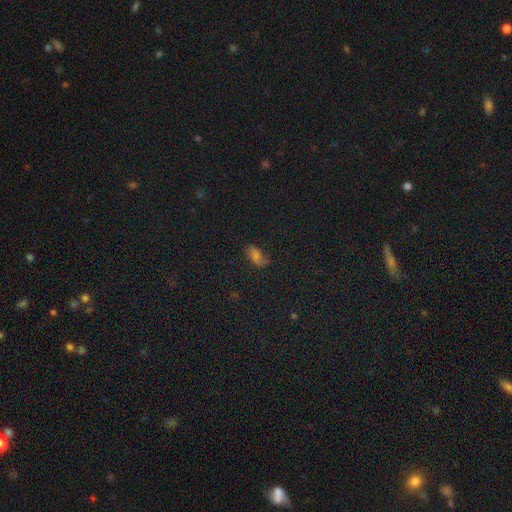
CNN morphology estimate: Overall: smooth (47%; featured or disk 30%). Merging: none (67%).